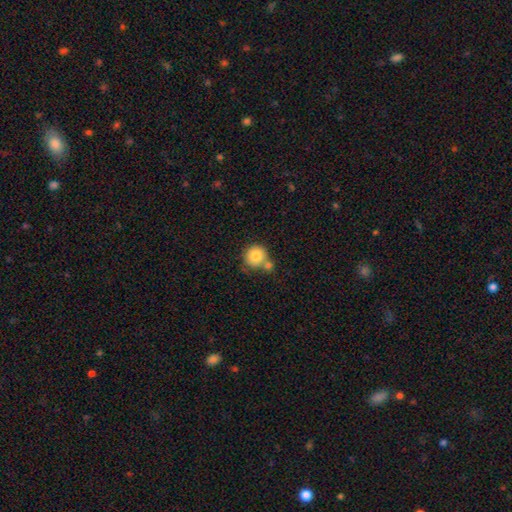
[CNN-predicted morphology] Smooth or featured?
  - smooth: 82% *
  - star or artifact: 9%
  - featured or disk: 9%
How rounded?
  - round: 93% *
  - in between: 6%
  - cigar-shaped: 1%
Merging?
  - none: 56% *
  - merger: 30%
  - minor disturbance: 11%
  - major disturbance: 3%